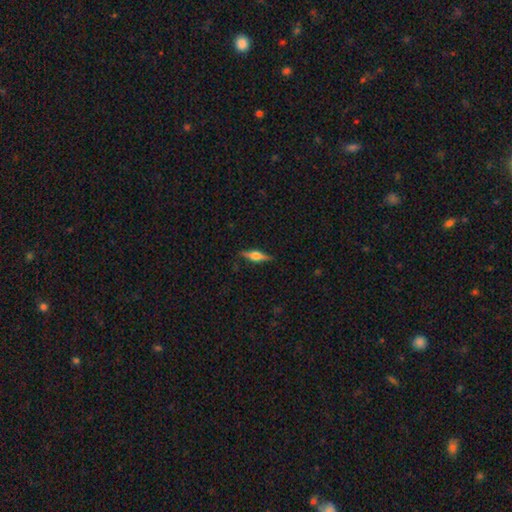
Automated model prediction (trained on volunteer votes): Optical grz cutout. It shows a featured or disk galaxy (66%) viewed edge-on (97%) with a rounded central bulge (91%). Merging: none (87%).